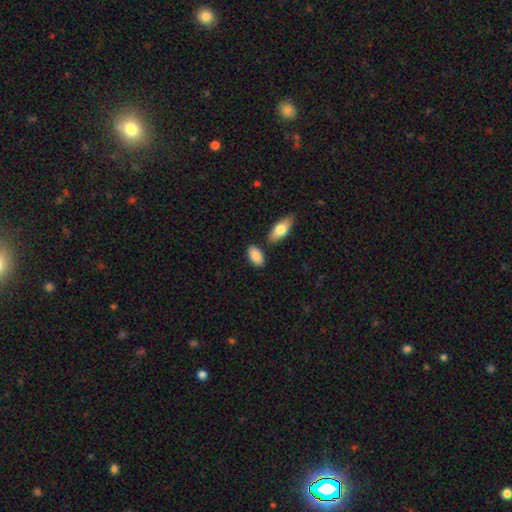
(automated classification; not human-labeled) Smooth or featured?
  - smooth: 85% *
  - featured or disk: 9%
  - star or artifact: 6%
How rounded?
  - in between: 92% *
  - round: 4%
  - cigar-shaped: 3%
Merging?
  - none: 76% *
  - minor disturbance: 12%
  - merger: 9%
  - major disturbance: 3%